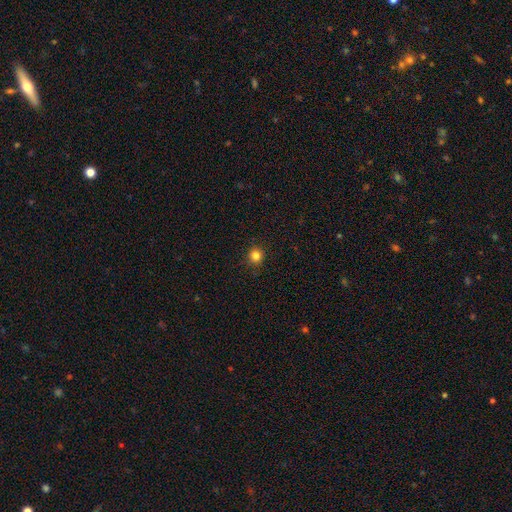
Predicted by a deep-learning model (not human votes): Smooth or featured? smooth (83%)
How rounded? round (91%)
Merging? none (90%)